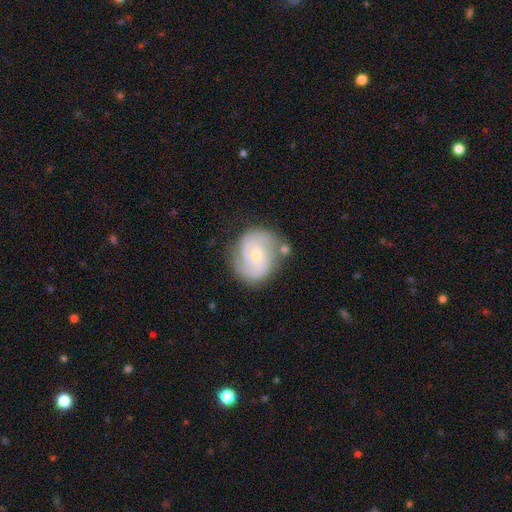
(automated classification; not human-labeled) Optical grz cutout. It shows a featured or disk galaxy (84%) with no bar (56%), 2 (56%) tight (59%) spiral arms (96%) and a small central bulge (64%). Merging: none (72%).